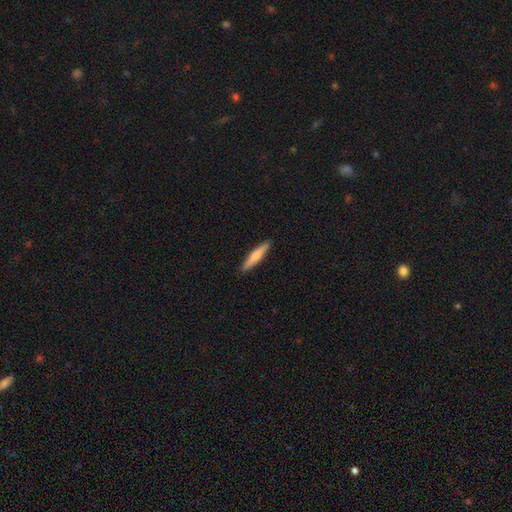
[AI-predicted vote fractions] Overall: smooth (65%; featured or disk 30%). How rounded: cigar-shaped (92%). Merging: none (92%).